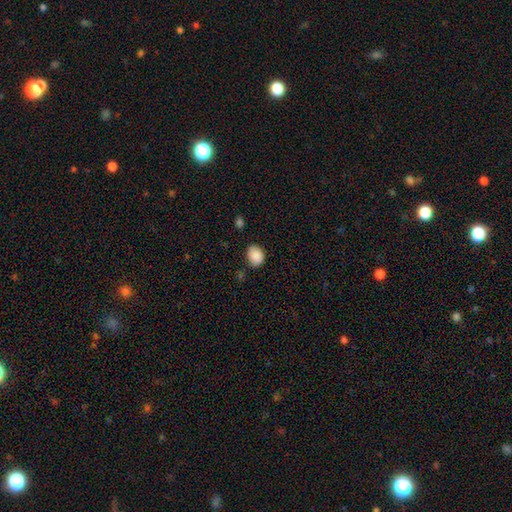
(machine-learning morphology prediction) Overall: smooth (88%). How rounded: in between (61%; round 38%). Merging: none (74%).